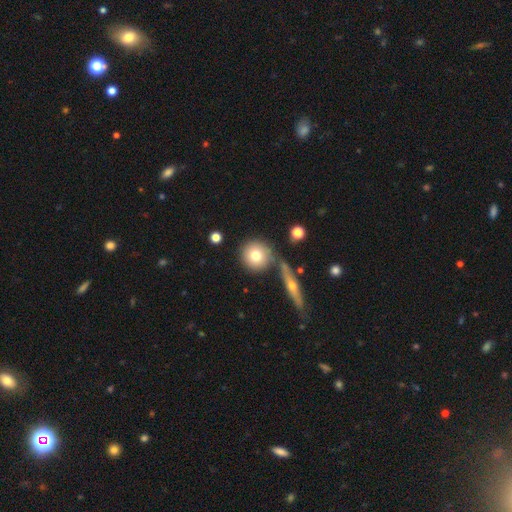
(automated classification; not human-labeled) smooth_or_featured: smooth (p=0.73) [alt: featured or disk p=0.18]
how_rounded: round (p=0.92) [alt: in between p=0.06]
merging: none (p=0.74) [alt: merger p=0.13]